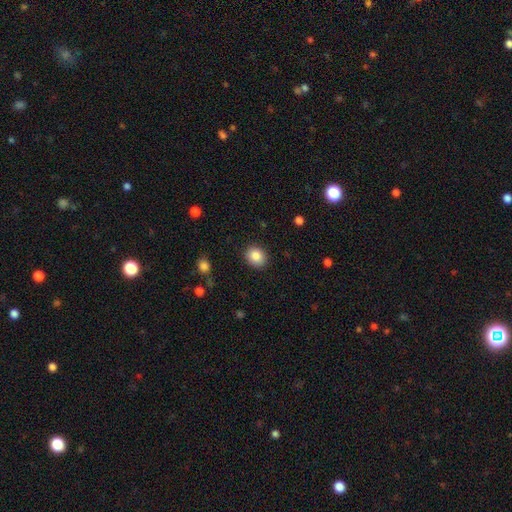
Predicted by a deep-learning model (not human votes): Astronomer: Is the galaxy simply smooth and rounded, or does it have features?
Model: smooth — 86%.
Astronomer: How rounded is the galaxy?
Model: round — 65%.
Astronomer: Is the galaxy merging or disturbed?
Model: none — 89%.